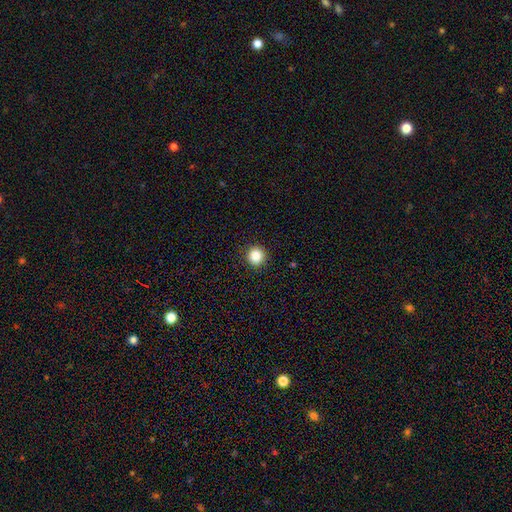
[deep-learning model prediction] Q: Smooth or featured?
A: smooth (86%); runner-up: star or artifact (10%)
Q: How rounded?
A: round (92%); runner-up: in between (7%)
Q: Merging?
A: none (92%); runner-up: minor disturbance (5%)